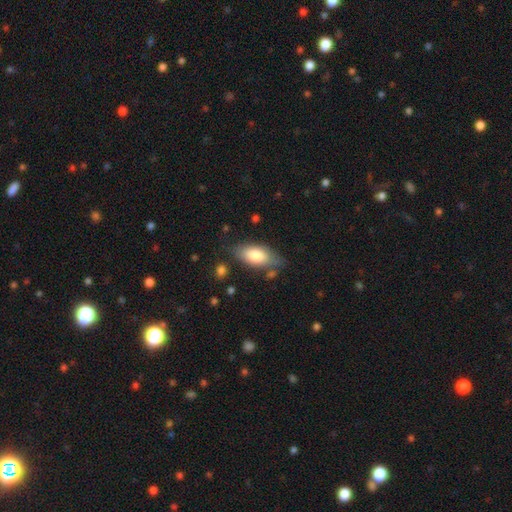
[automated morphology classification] Smooth or featured?
  - smooth: 79% *
  - featured or disk: 15%
  - star or artifact: 6%
How rounded?
  - in between: 90% *
  - cigar-shaped: 7%
  - round: 3%
Merging?
  - none: 67% *
  - minor disturbance: 22%
  - major disturbance: 6%
  - merger: 5%